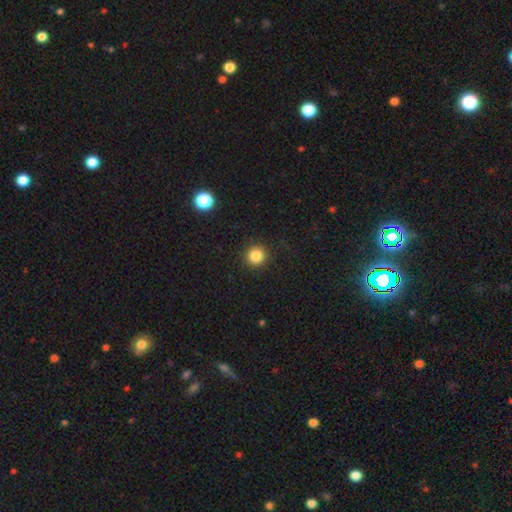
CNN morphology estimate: Smooth or featured?
  - smooth: 85% *
  - star or artifact: 11%
  - featured or disk: 4%
How rounded?
  - round: 95% *
  - in between: 5%
  - cigar-shaped: 1%
Merging?
  - none: 92% *
  - minor disturbance: 5%
  - major disturbance: 2%
  - merger: 1%